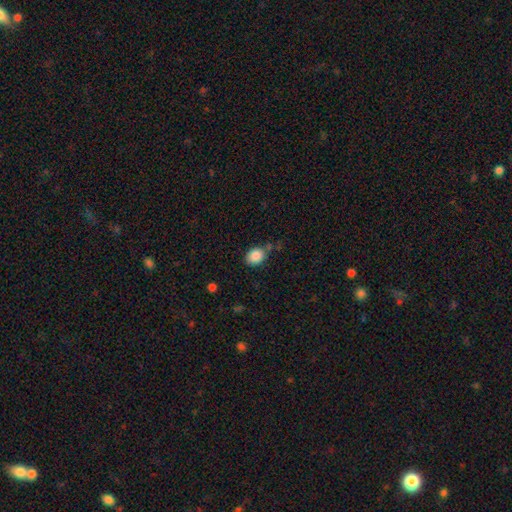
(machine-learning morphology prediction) Overall: smooth (87%). How rounded: in between (52%; round 47%). Merging: none (69%).